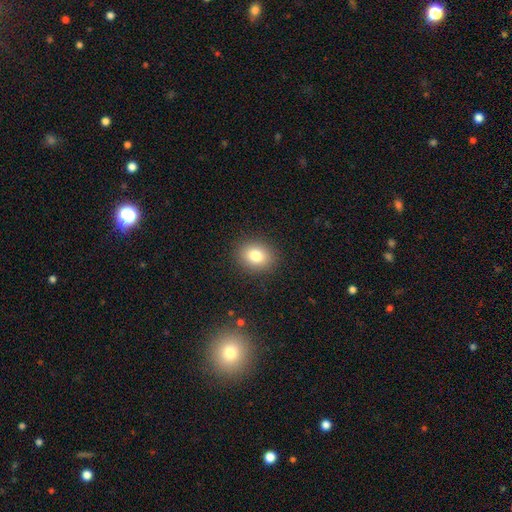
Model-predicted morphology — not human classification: This appears to be a smooth galaxy with no disk features (80%) that is round (54%). Merging: none (89%).